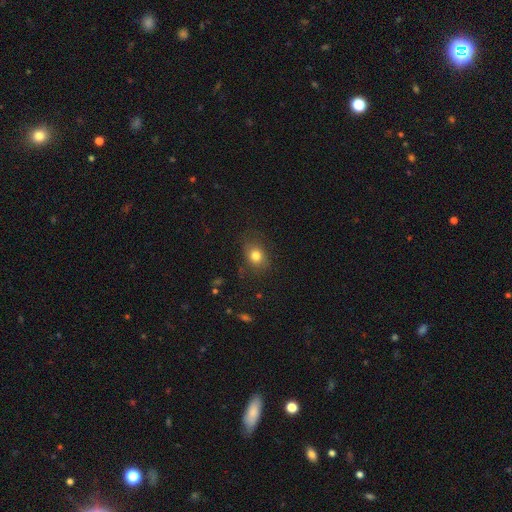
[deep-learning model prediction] This appears to be a smooth galaxy with no disk features (80%) that is in between round and cigar-shaped (52%). Merging: none (79%).